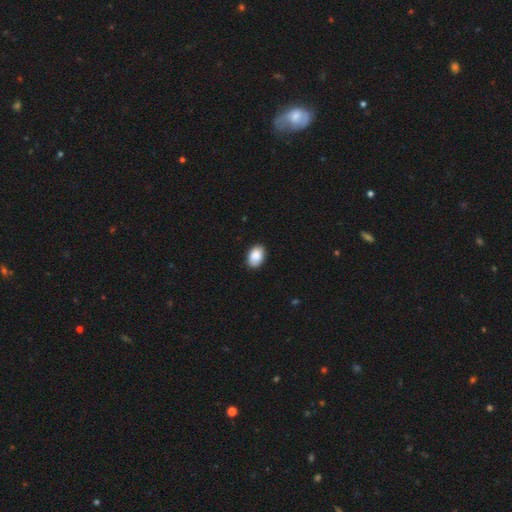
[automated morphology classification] A smooth galaxy with no disk features (89%) that is in between round and cigar-shaped (89%).

Vote fractions:
- Smooth or featured? smooth: 89% / star or artifact: 7% / featured or disk: 5%
- How rounded? in between: 89% / round: 10% / cigar-shaped: 1%
- Merging? none: 87% / minor disturbance: 10% / major disturbance: 2% / merger: 1%